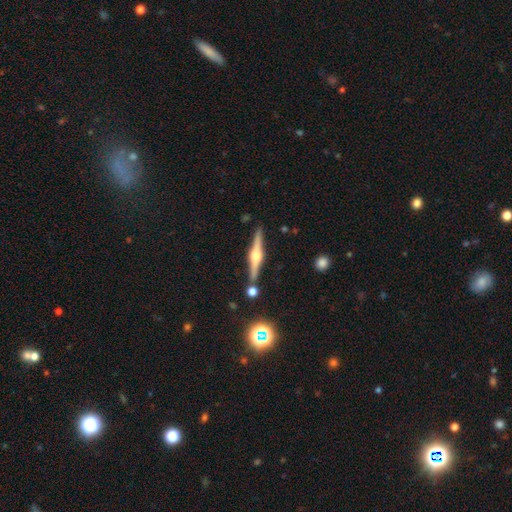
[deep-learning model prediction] A featured or disk galaxy (82%) viewed edge-on (98%) with a rounded central bulge (93%).

Vote fractions:
- Smooth or featured? featured or disk: 82% / smooth: 12% / star or artifact: 6%
- Edge-on disk? yes: 98% / no: 2%
- Edge-on bulge? rounded: 93% / boxy: 5% / none: 2%
- Merging? none: 87% / minor disturbance: 7% / merger: 4% / major disturbance: 2%